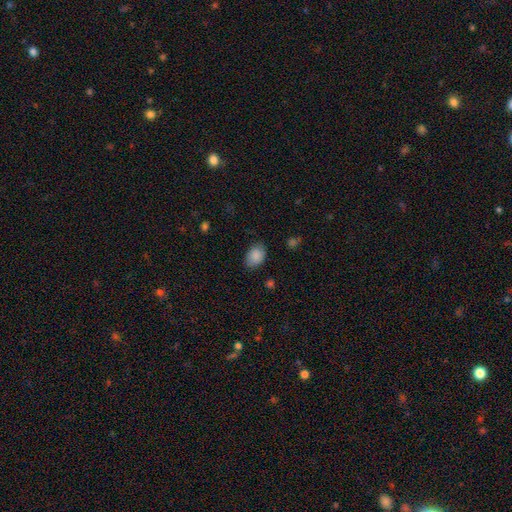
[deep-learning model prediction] Smooth or featured?
  - smooth: 88% *
  - star or artifact: 7%
  - featured or disk: 5%
How rounded?
  - in between: 82% *
  - round: 17%
  - cigar-shaped: 1%
Merging?
  - none: 78% *
  - minor disturbance: 17%
  - major disturbance: 4%
  - merger: 1%